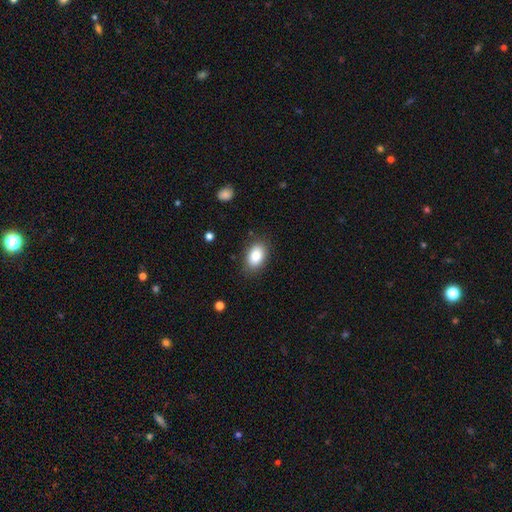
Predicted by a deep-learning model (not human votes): This appears to be a smooth galaxy with no disk features (85%) that is in between round and cigar-shaped (87%). Merging: none (84%).